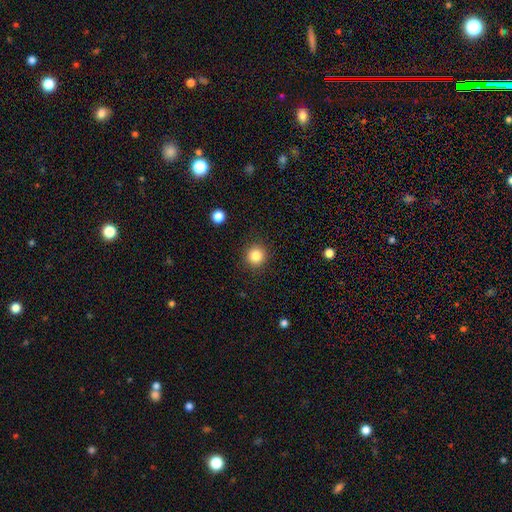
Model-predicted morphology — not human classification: smooth_or_featured: smooth (p=0.84) [alt: star or artifact p=0.11]
how_rounded: round (p=0.93) [alt: in between p=0.06]
merging: none (p=0.90) [alt: minor disturbance p=0.06]